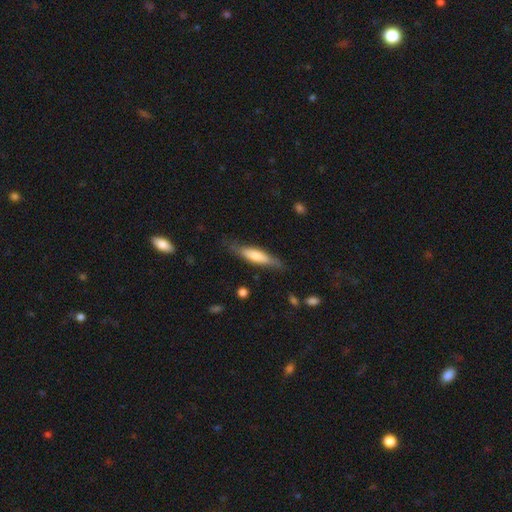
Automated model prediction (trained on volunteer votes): A smooth galaxy with no disk features (61%) that is cigar-shaped (76%). Merging: none (77%).